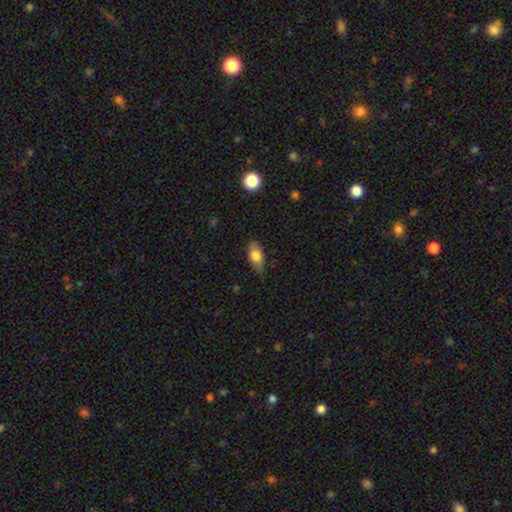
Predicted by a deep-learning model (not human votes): Q: Smooth or featured?
A: smooth (72%); runner-up: featured or disk (21%)
Q: How rounded?
A: in between (85%); runner-up: cigar-shaped (10%)
Q: Merging?
A: none (80%); runner-up: minor disturbance (16%)